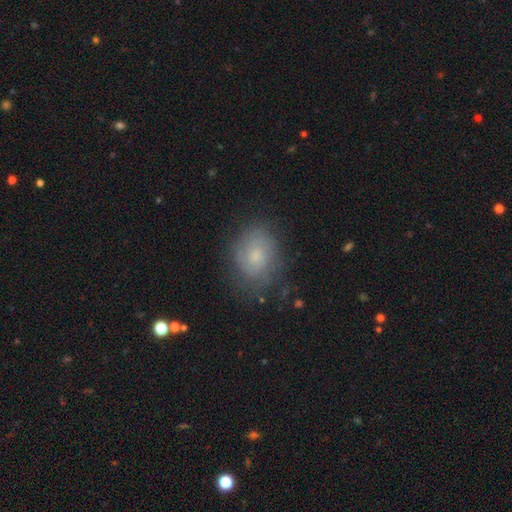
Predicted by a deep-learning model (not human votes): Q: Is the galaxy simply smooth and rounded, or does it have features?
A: smooth — 54%.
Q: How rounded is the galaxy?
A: in between — 58%.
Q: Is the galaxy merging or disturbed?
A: none — 71%.